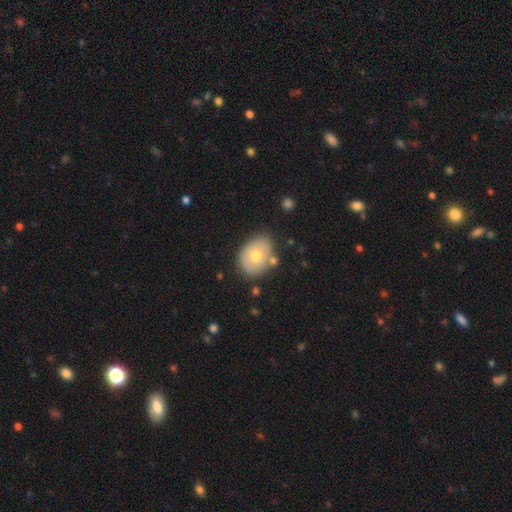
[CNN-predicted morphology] type=smooth (61%); roundness=in between (62%); merging=none (71%).